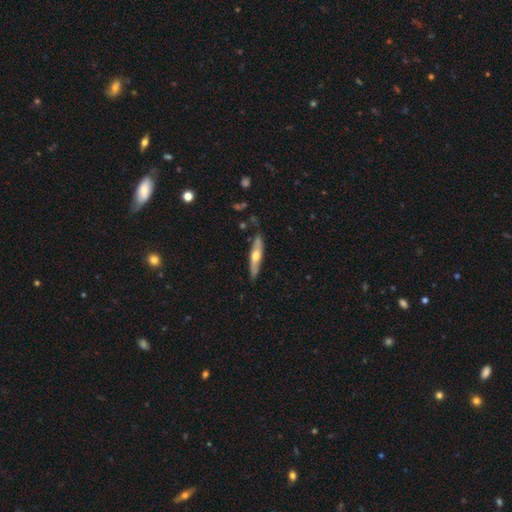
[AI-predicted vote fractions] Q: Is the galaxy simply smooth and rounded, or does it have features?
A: featured or disk — 54%.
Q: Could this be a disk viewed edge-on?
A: yes — 85%.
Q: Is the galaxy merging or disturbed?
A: none — 81%.